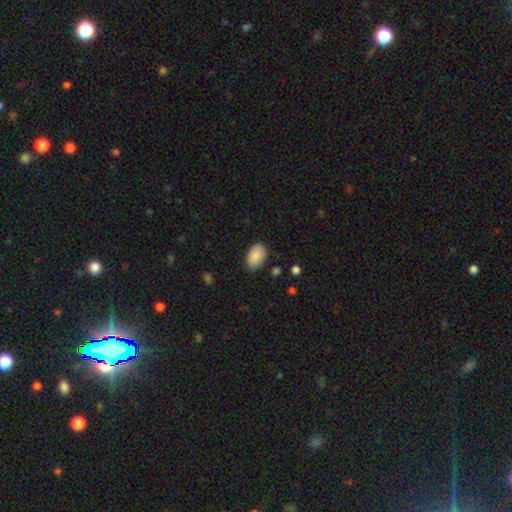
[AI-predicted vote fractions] Smooth or featured? smooth (87%)
How rounded? in between (88%)
Merging? none (84%)